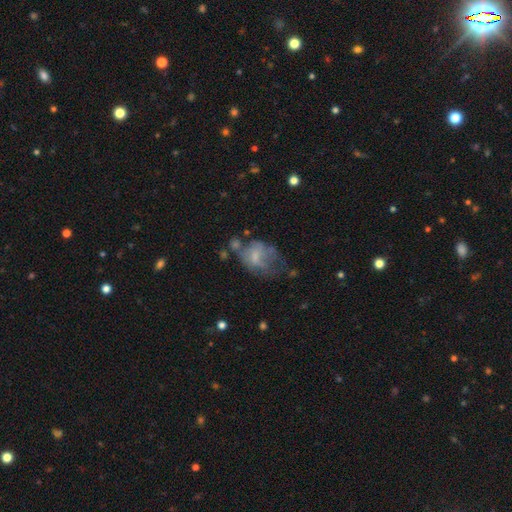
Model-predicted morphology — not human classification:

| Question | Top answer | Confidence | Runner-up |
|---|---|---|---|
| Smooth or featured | smooth | 46% | featured or disk (42%) |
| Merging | major disturbance | 39% | none (25%) |